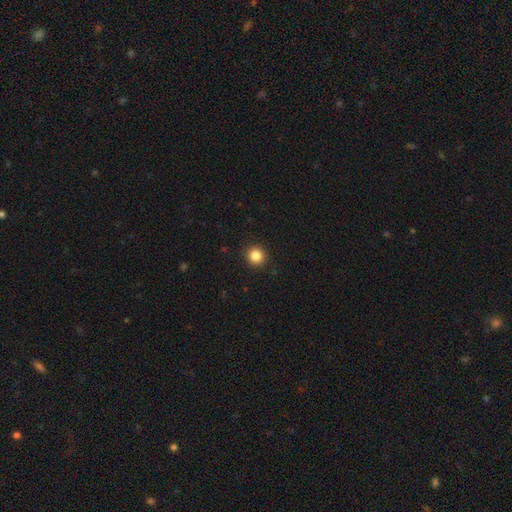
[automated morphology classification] This appears to be a smooth galaxy with no disk features (86%) that is round (93%). Merging: none (93%).